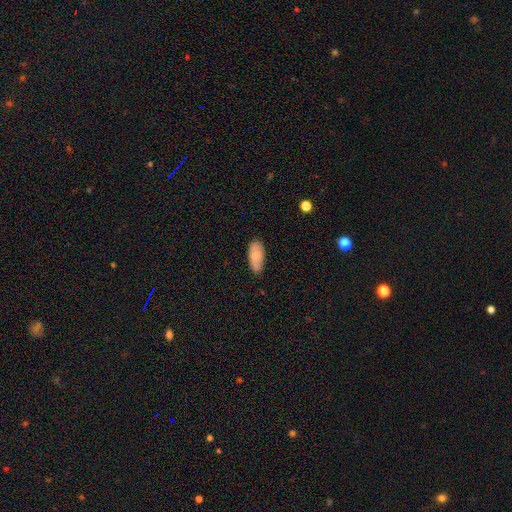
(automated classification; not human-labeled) Overall: smooth (79%). How rounded: in between (89%). Merging: none (79%).